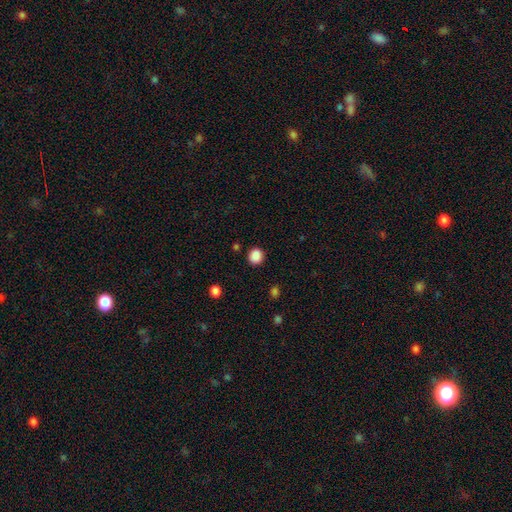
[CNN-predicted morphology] This appears to be a smooth galaxy with no disk features (87%) that is round (87%). Merging: none (89%).